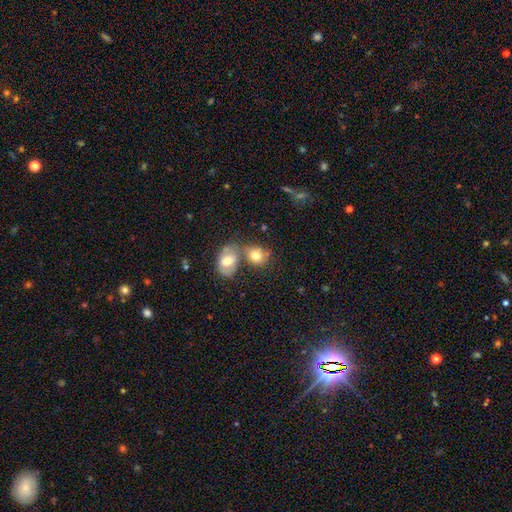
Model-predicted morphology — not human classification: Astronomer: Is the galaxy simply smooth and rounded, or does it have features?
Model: smooth — 73%.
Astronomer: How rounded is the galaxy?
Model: in between — 50% (runner-up: round, 49%).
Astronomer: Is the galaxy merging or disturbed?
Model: merger — 54% (runner-up: none, 31%).